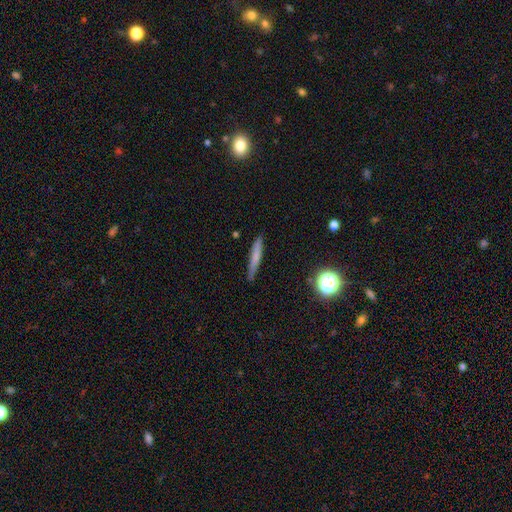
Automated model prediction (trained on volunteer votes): The model was most divided on "smooth or featured": smooth: 66%, featured or disk: 25%, star or artifact: 10%. More confident: how rounded — cigar-shaped (92%); merging — none (83%).